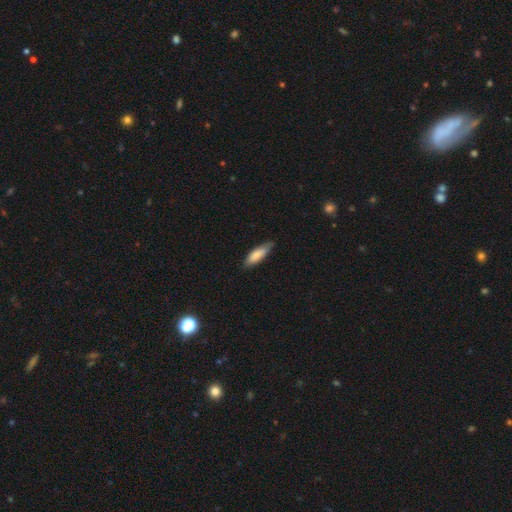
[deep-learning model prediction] Q: Smooth or featured?
A: smooth (81%); runner-up: featured or disk (13%)
Q: How rounded?
A: in between (52%); runner-up: cigar-shaped (47%)
Q: Merging?
A: none (73%); runner-up: minor disturbance (23%)